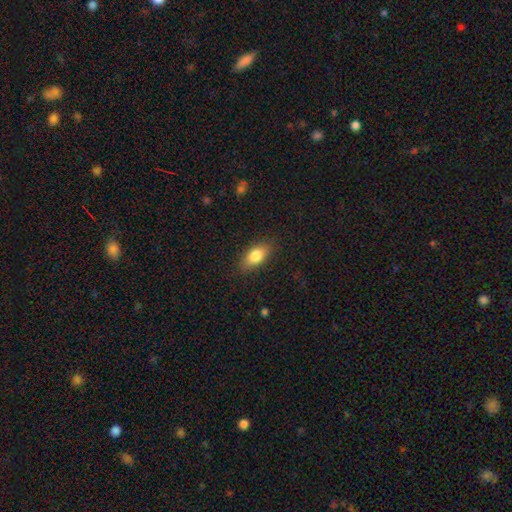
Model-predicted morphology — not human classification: Smooth or featured?
  - smooth: 81% *
  - featured or disk: 12%
  - star or artifact: 7%
How rounded?
  - in between: 85% *
  - cigar-shaped: 9%
  - round: 5%
Merging?
  - none: 85% *
  - minor disturbance: 11%
  - major disturbance: 3%
  - merger: 1%